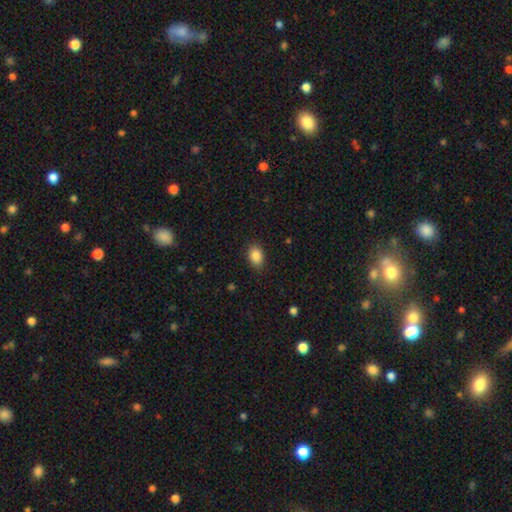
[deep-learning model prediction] Overall: smooth (88%). How rounded: in between (83%). Merging: none (87%).